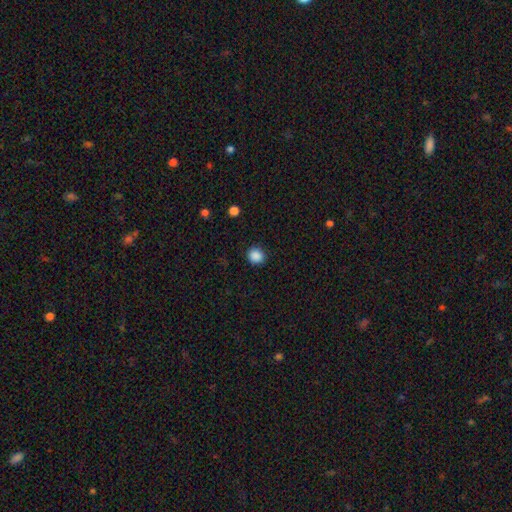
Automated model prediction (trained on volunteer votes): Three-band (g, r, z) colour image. It shows a smooth galaxy with no disk features (87%) that is round (89%). Merging: none (89%).